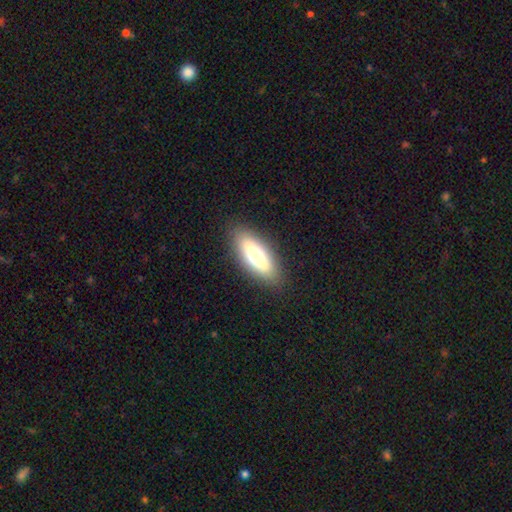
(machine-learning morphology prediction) smooth-or-featured: smooth: 63% | featured or disk: 30% | star or artifact: 7%
  how-rounded: in between: 68% | cigar-shaped: 30% | round: 3%
  merging: none: 87% | minor disturbance: 9% | major disturbance: 3% | merger: 1%